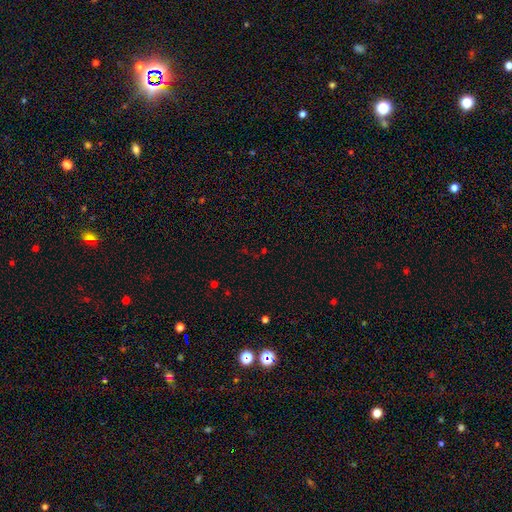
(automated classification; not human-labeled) Morphology: type=star or artifact (64%).